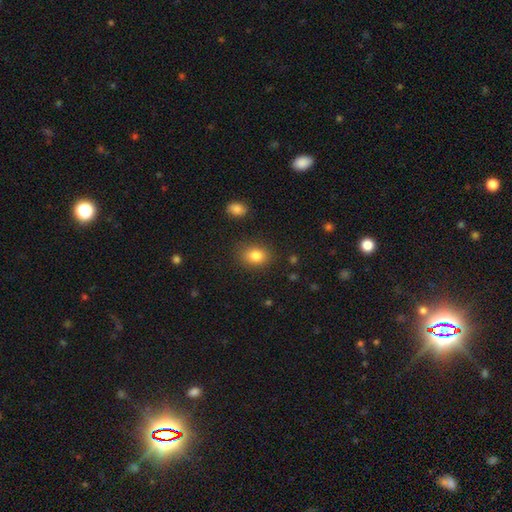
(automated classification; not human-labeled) This is clearly a smooth galaxy (83%). How rounded: possibly in between (60%). Merging: clearly none (84%).